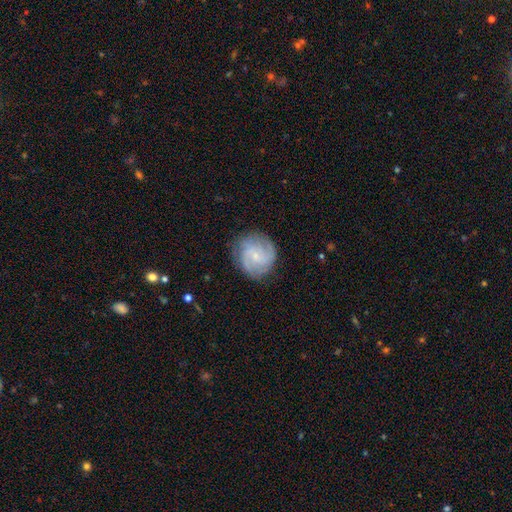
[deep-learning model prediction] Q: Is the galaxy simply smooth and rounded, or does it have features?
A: featured or disk — 74%.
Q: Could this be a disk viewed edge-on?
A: no — 98%.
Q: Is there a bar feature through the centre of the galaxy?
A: no — 52%.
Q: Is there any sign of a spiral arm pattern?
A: yes — 95%.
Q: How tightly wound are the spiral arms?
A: medium — 44%.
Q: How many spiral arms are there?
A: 2 — 40%.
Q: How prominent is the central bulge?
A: small — 75%.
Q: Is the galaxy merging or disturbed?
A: none — 80%.